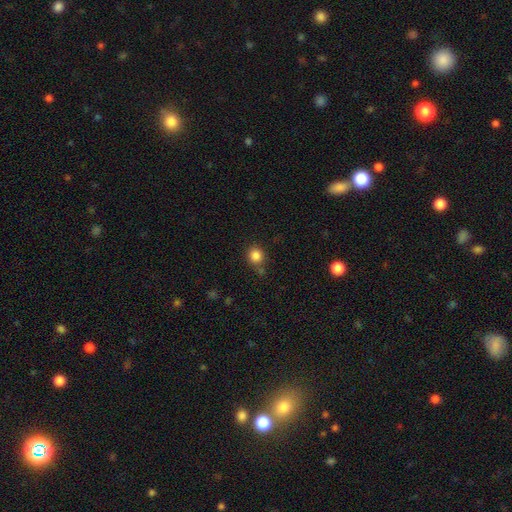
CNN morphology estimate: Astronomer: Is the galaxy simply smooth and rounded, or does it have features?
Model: smooth — 84%.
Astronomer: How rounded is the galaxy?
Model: round — 87%.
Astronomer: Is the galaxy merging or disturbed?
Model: none — 74%.